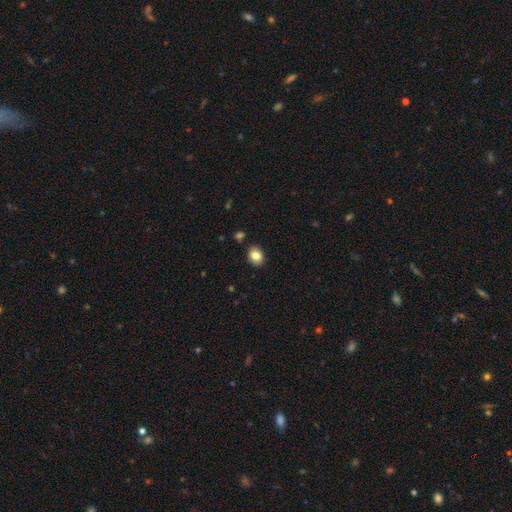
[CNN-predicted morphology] Smooth or featured: smooth — 83% (star or artifact — 9%)
How rounded: in between — 54% (round — 45%)
Merging: none — 87% (minor disturbance — 9%)